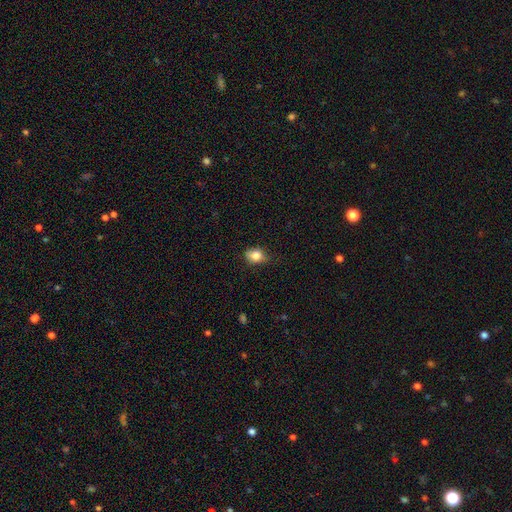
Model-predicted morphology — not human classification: A smooth galaxy with no disk features (81%) that is in between round and cigar-shaped (60%). Merging: none (68%).